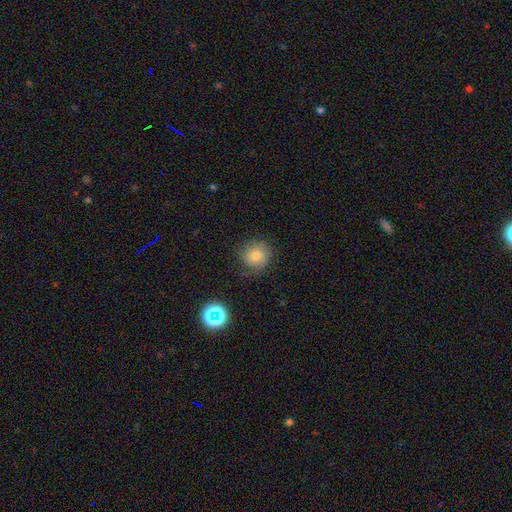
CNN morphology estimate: smooth-or-featured: smooth: 75% | star or artifact: 14% | featured or disk: 11%
  how-rounded: round: 92% | in between: 7% | cigar-shaped: 1%
  merging: none: 80% | minor disturbance: 14% | major disturbance: 4% | merger: 2%